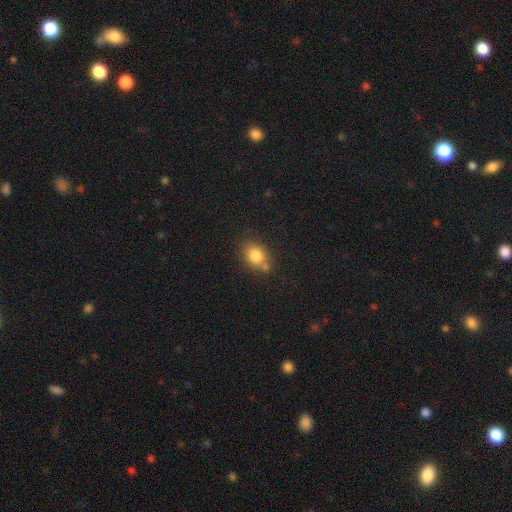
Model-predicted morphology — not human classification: Smooth or featured: smooth — 81% (star or artifact — 10%)
How rounded: in between — 59% (round — 39%)
Merging: none — 60% (minor disturbance — 19%)